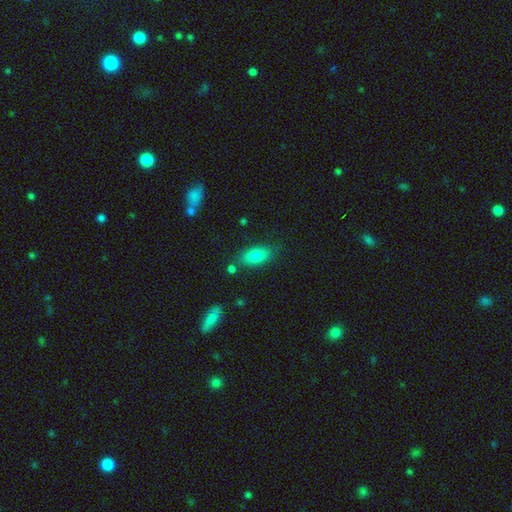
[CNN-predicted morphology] smooth 81%, featured or disk 11%, star or artifact 8%. Down the decision tree: how rounded — in between (87%); merging — none (76%).